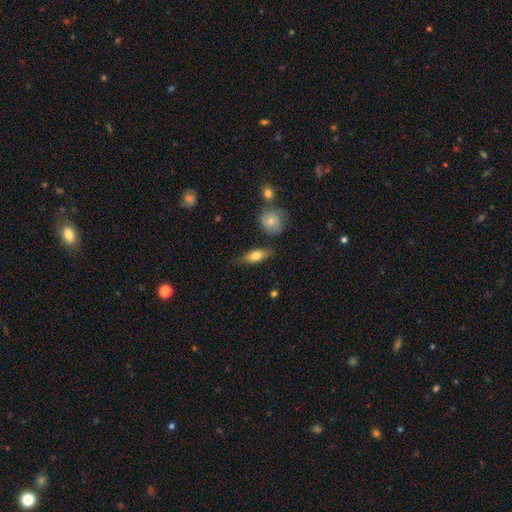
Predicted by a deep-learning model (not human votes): smooth-or-featured: smooth: 74% | featured or disk: 19% | star or artifact: 7%
  how-rounded: in between: 77% | cigar-shaped: 18% | round: 5%
  merging: none: 75% | minor disturbance: 17% | merger: 5% | major disturbance: 4%